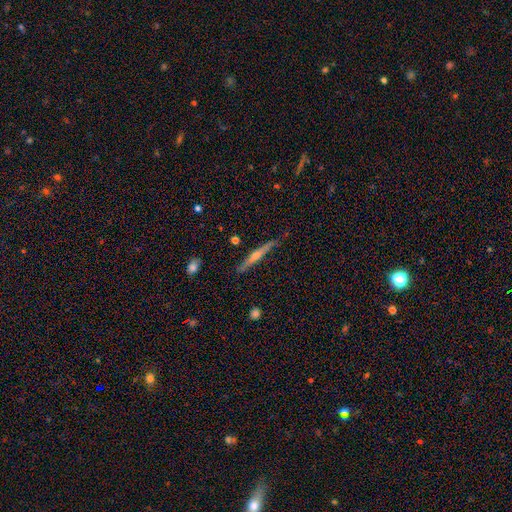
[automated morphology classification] Smooth or featured?
  - featured or disk: 71% *
  - smooth: 22%
  - star or artifact: 6%
Edge-on disk?
  - yes: 98% *
  - no: 2%
Edge-on bulge?
  - rounded: 82% *
  - none: 12%
  - boxy: 5%
Merging?
  - none: 85% *
  - minor disturbance: 12%
  - major disturbance: 2%
  - merger: 2%